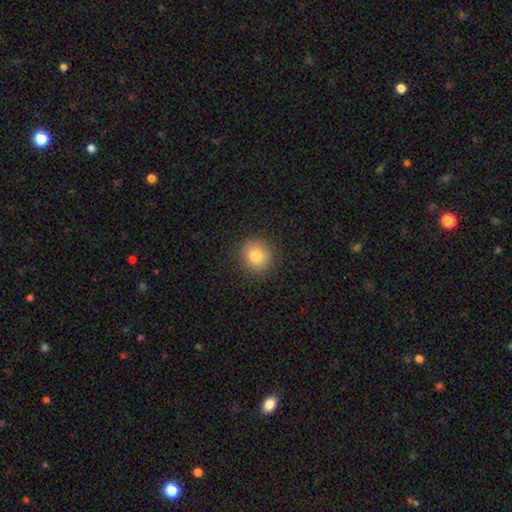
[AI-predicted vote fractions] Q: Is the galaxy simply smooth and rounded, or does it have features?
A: smooth — 82%.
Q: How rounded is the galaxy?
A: round — 87%.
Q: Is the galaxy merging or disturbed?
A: none — 88%.